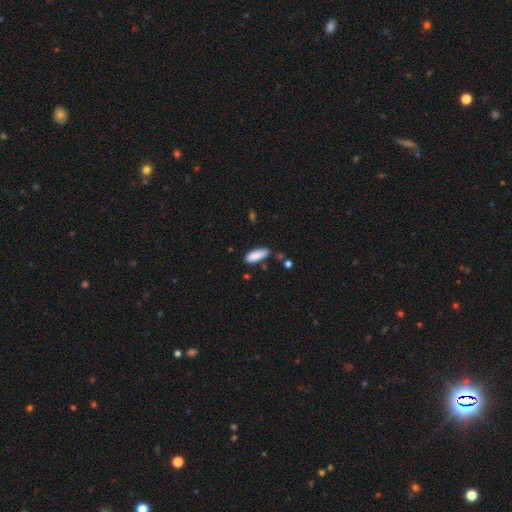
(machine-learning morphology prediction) smooth-or-featured: smooth: 88% | star or artifact: 6% | featured or disk: 6%
  how-rounded: in between: 66% | cigar-shaped: 32% | round: 2%
  merging: none: 72% | minor disturbance: 21% | merger: 4% | major disturbance: 4%